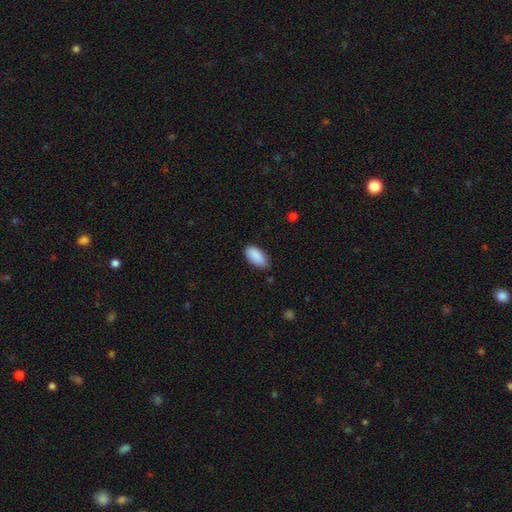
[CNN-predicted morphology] This is clearly a smooth galaxy (90%). How rounded: clearly in between (94%). Merging: likely none (77%).